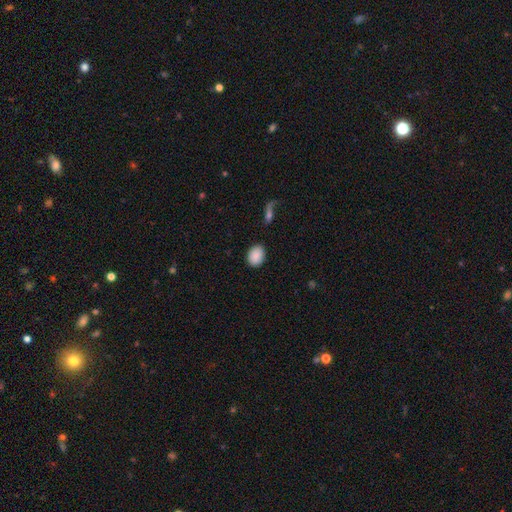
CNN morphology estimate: A smooth galaxy with no disk features (88%) that is in between round and cigar-shaped (70%). Merging: none (86%).